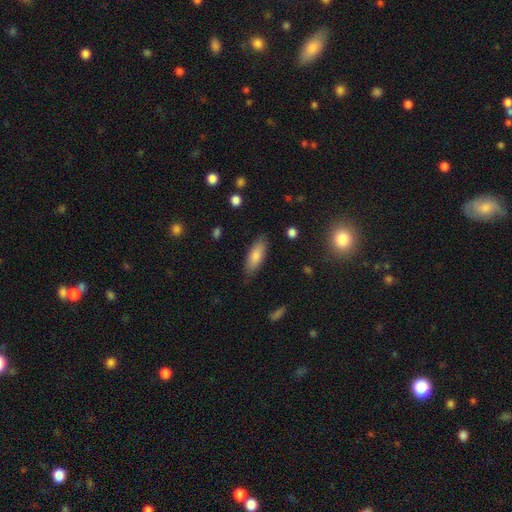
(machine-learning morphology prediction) A smooth galaxy with no disk features (80%) that is in between round and cigar-shaped (70%). Merging: none (81%).